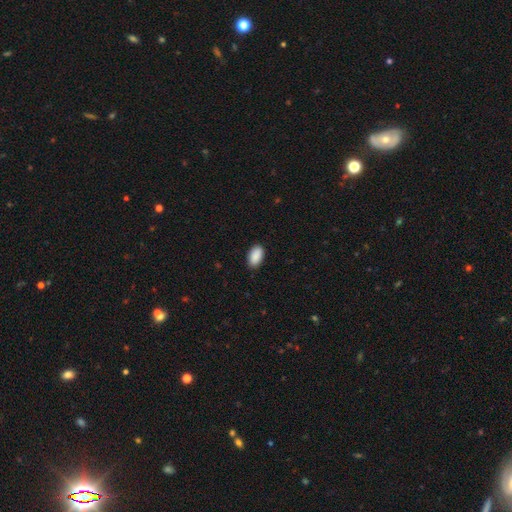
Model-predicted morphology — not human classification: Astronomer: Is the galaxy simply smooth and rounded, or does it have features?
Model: smooth — 91%.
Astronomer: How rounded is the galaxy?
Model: in between — 95%.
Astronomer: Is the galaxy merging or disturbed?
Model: none — 88%.